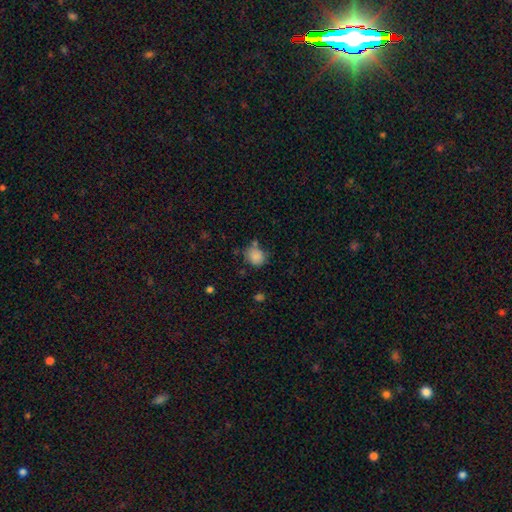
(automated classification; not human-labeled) smooth_or_featured: smooth (p=0.85) [alt: star or artifact p=0.10]
how_rounded: round (p=0.74) [alt: in between p=0.25]
merging: none (p=0.63) [alt: minor disturbance p=0.21]